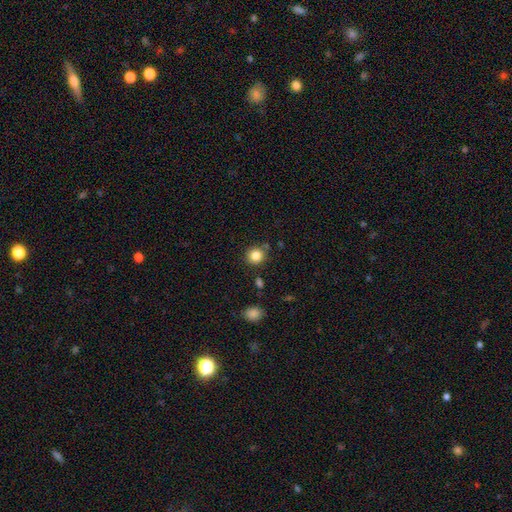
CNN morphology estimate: A smooth galaxy with no disk features (84%) that is round (90%). Merging: none (83%).